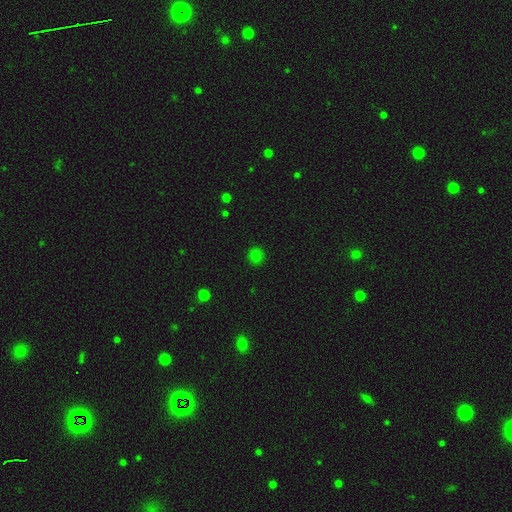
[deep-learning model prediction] A smooth galaxy with no disk features (77%) that is round (85%). Merging: none (87%).